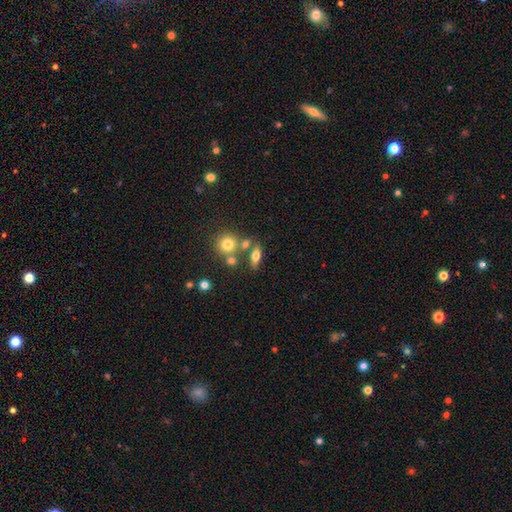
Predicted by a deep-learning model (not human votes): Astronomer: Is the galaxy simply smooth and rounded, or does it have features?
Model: smooth — 63%.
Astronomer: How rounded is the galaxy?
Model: in between — 60%.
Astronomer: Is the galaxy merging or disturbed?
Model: none — 66%.